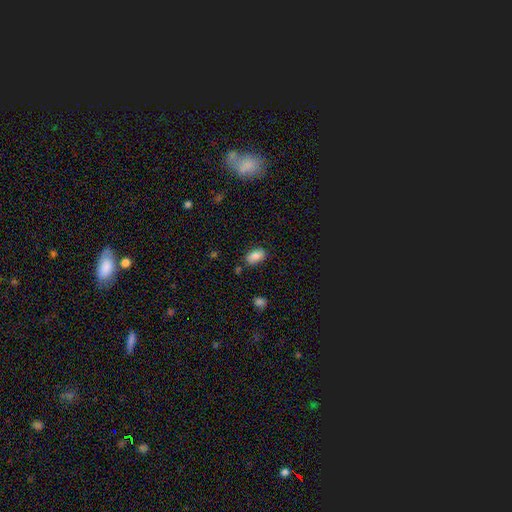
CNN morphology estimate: smooth 83%, featured or disk 8%, star or artifact 8%. Down the decision tree: how rounded — in between (91%); merging — none (81%).